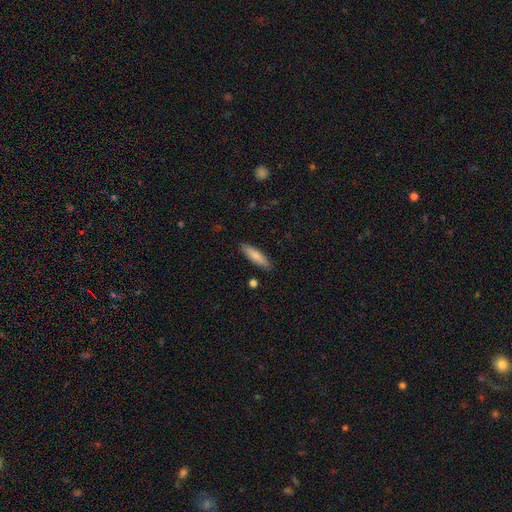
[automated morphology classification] Smooth or featured? smooth (80%)
How rounded? cigar-shaped (65%)
Merging? none (88%)